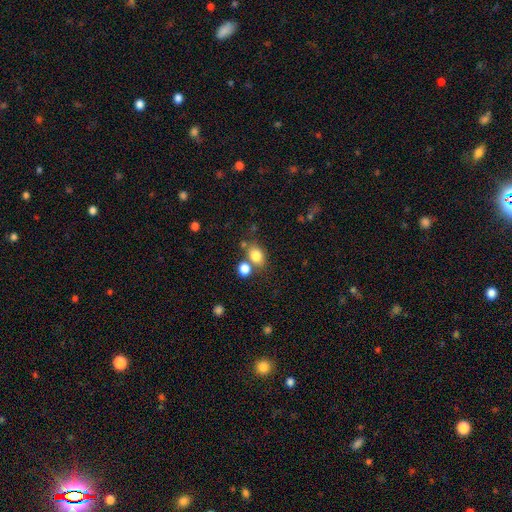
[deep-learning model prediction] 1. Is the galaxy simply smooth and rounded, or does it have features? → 80% smooth, 12% star or artifact, 8% featured or disk.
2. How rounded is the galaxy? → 56% in between, 43% round, 1% cigar-shaped.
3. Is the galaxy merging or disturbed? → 61% none, 22% merger, 12% minor disturbance, 5% major disturbance.